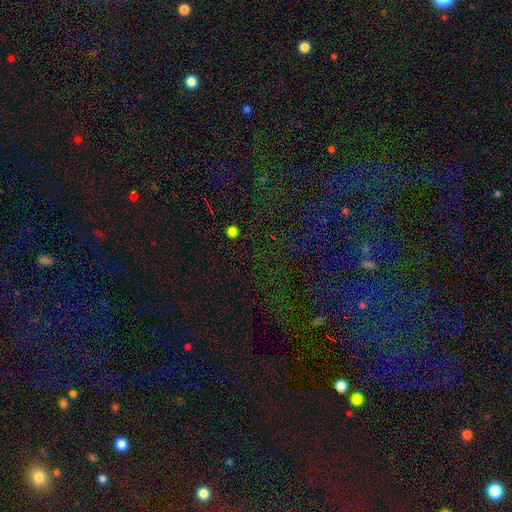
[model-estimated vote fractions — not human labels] Smooth or featured: star or artifact — 79% (smooth — 12%)